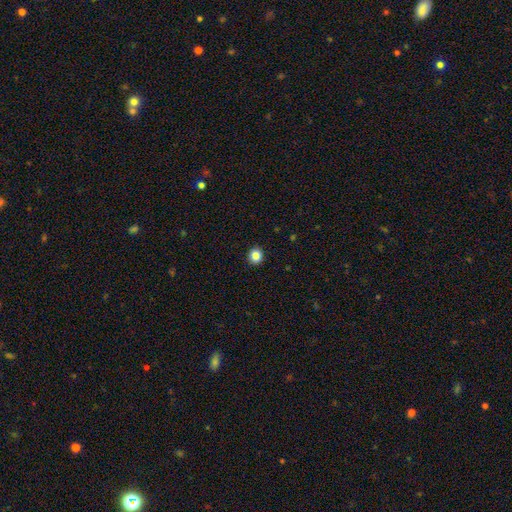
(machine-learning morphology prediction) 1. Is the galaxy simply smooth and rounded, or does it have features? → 86% smooth, 10% star or artifact, 3% featured or disk.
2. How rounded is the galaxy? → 89% round, 10% in between, 1% cigar-shaped.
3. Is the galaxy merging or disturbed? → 93% none, 5% minor disturbance, 2% major disturbance, 1% merger.